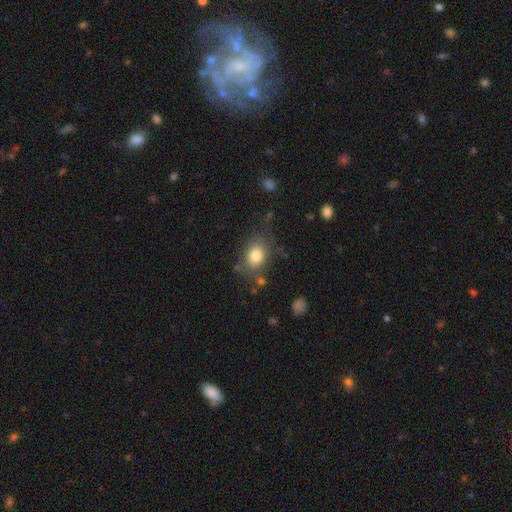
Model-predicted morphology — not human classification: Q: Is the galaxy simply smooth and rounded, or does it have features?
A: smooth — 80%.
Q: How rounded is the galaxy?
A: in between — 66%.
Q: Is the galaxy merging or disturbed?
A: none — 72%.